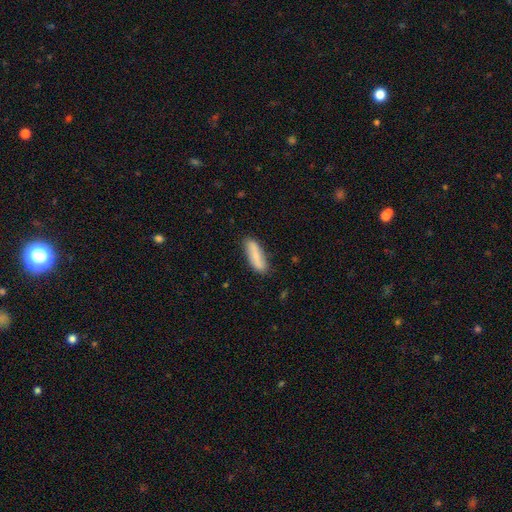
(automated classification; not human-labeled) Smooth or featured?
  - smooth: 76% *
  - featured or disk: 18%
  - star or artifact: 6%
How rounded?
  - cigar-shaped: 55% *
  - in between: 43%
  - round: 2%
Merging?
  - none: 80% *
  - minor disturbance: 15%
  - major disturbance: 3%
  - merger: 2%